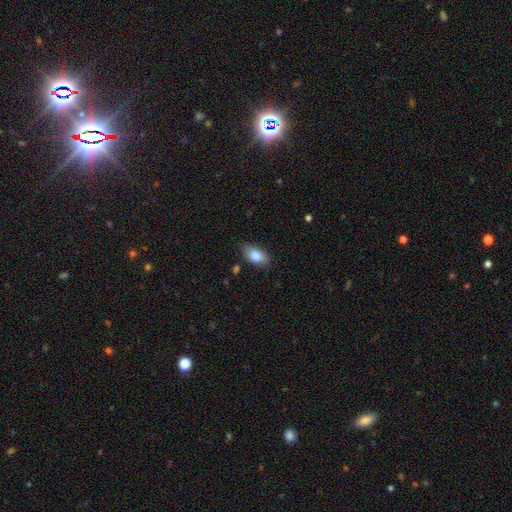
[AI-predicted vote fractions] A smooth galaxy with no disk features (86%) that is in between round and cigar-shaped (91%).

Vote fractions:
- Smooth or featured? smooth: 86% / featured or disk: 7% / star or artifact: 7%
- How rounded? in between: 91% / round: 6% / cigar-shaped: 3%
- Merging? none: 76% / minor disturbance: 19% / major disturbance: 3% / merger: 2%